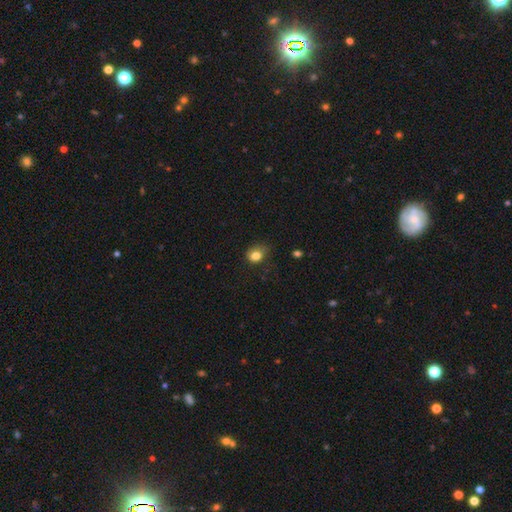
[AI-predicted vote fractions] This is clearly a smooth galaxy (82%). How rounded: possibly round (52%). Merging: possibly none (51%).